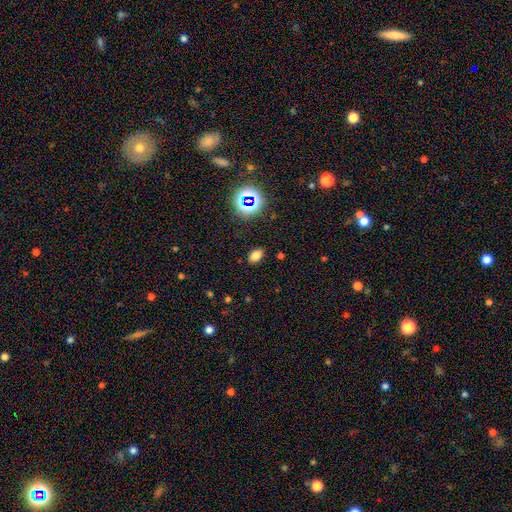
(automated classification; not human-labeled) smooth 74%, star or artifact 19%, featured or disk 7%. Down the decision tree: how rounded — in between (86%); merging — none (87%).